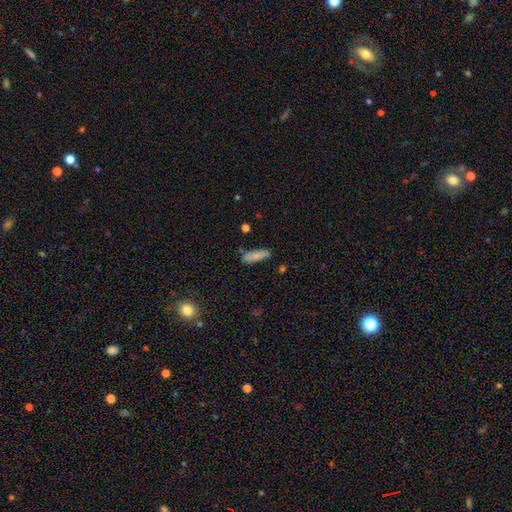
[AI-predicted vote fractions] Q: Smooth or featured?
A: smooth (82%); runner-up: featured or disk (11%)
Q: How rounded?
A: cigar-shaped (51%); runner-up: in between (47%)
Q: Merging?
A: none (75%); runner-up: minor disturbance (17%)